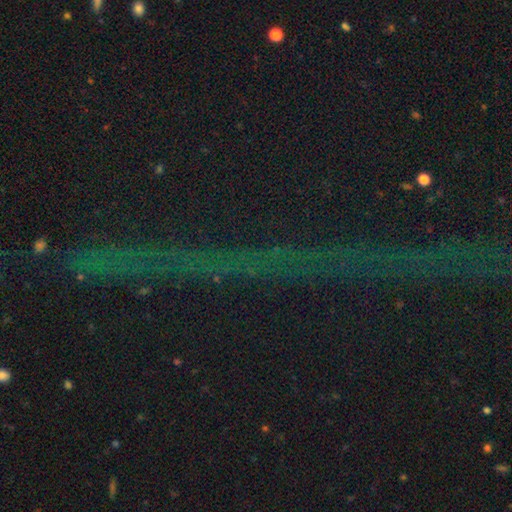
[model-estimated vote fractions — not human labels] Smooth or featured? Predicted: star or artifact (p=0.78).